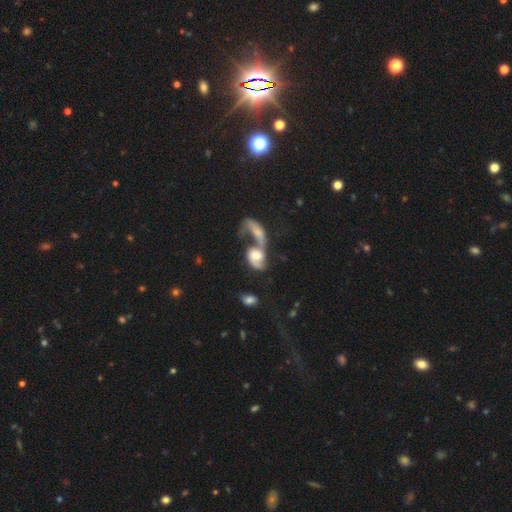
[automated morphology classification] Q: Smooth or featured?
A: featured or disk (61%); runner-up: smooth (30%)
Q: Edge-on disk?
A: no (95%); runner-up: yes (5%)
Q: Bar?
A: no (63%); runner-up: weak (29%)
Q: Spiral arms?
A: yes (78%); runner-up: no (22%)
Q: Bulge size?
A: moderate (43%); runner-up: large (25%)
Q: Merging?
A: merger (74%); runner-up: major disturbance (13%)